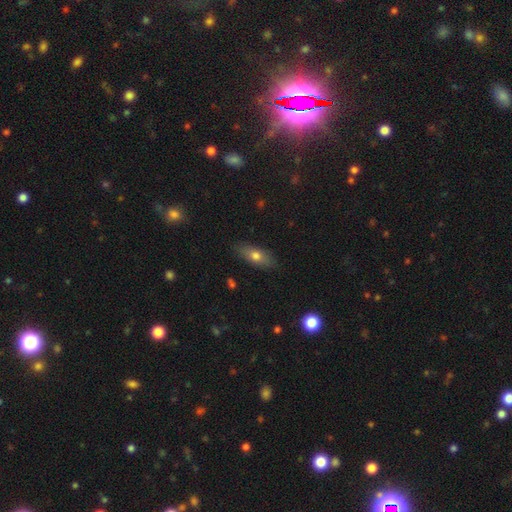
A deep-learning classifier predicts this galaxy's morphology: Smooth or featured?
  - smooth: 68% *
  - featured or disk: 24%
  - star or artifact: 8%
How rounded?
  - in between: 72% *
  - cigar-shaped: 24%
  - round: 4%
Merging?
  - none: 84% *
  - minor disturbance: 12%
  - major disturbance: 2%
  - merger: 1%